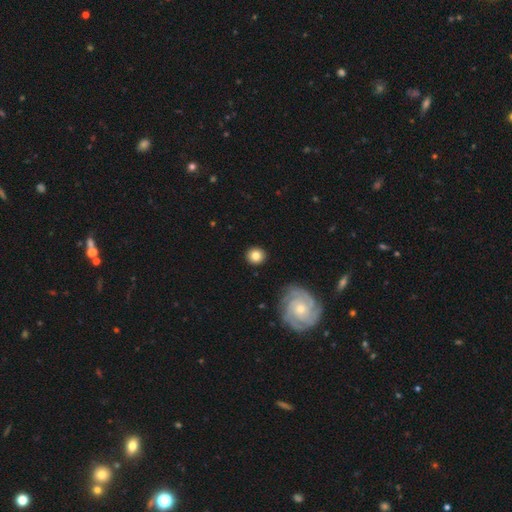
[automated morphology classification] A smooth galaxy with no disk features (77%) that is round (90%).

Vote fractions:
- Smooth or featured? smooth: 77% / featured or disk: 14% / star or artifact: 9%
- How rounded? round: 90% / in between: 8% / cigar-shaped: 1%
- Merging? none: 89% / minor disturbance: 7% / major disturbance: 2% / merger: 2%